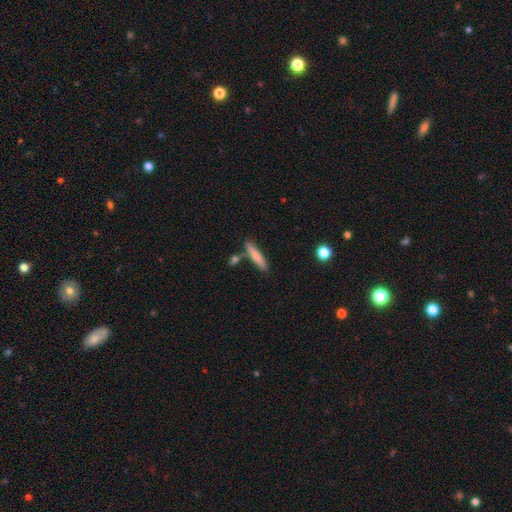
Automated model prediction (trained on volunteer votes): Smooth or featured? smooth (74%)
How rounded? cigar-shaped (86%)
Merging? none (75%)